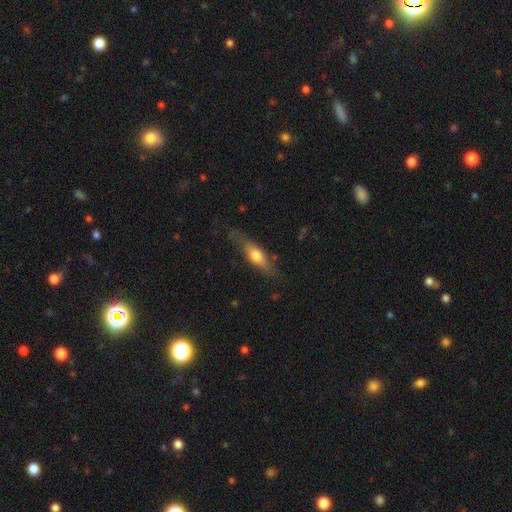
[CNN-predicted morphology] This appears to be a smooth galaxy with no disk features (58%) that is cigar-shaped (51%). Merging: none (68%).